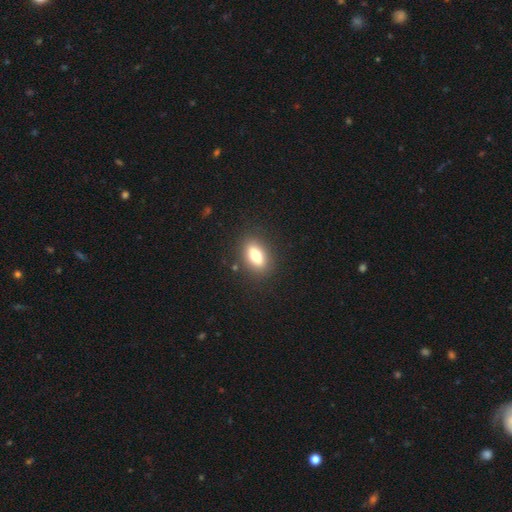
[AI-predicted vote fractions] smooth_or_featured: smooth (p=0.73) [alt: featured or disk p=0.18]
how_rounded: in between (p=0.79) [alt: cigar-shaped p=0.13]
merging: none (p=0.86) [alt: minor disturbance p=0.09]